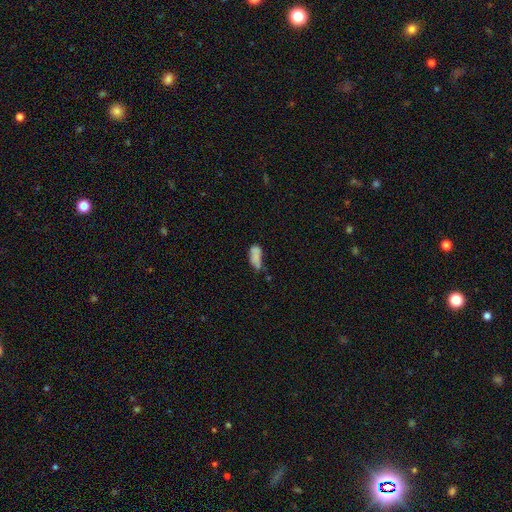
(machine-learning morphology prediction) This appears to be a smooth galaxy with no disk features (74%) that is in between round and cigar-shaped (79%). Merging: none (33%).